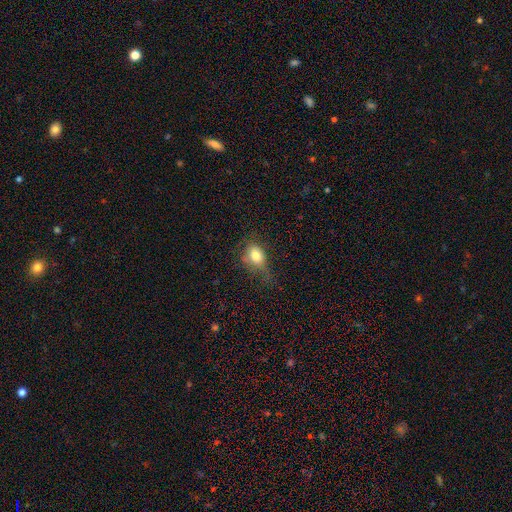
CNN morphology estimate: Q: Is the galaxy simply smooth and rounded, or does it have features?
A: smooth — 76%.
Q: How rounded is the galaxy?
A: in between — 69%.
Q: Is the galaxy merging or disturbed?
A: none — 41%.